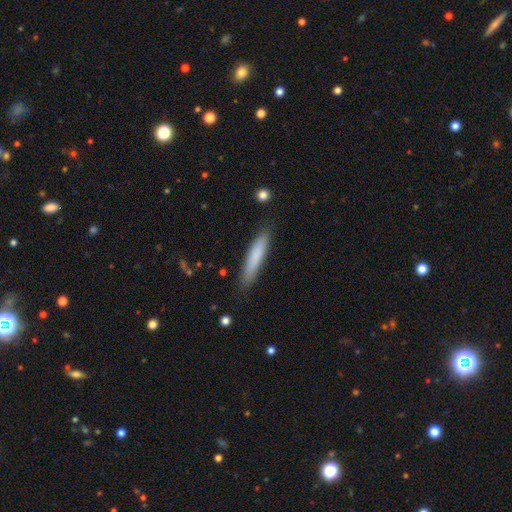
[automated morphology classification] smooth 79%, featured or disk 15%, star or artifact 6%. Down the decision tree: how rounded — cigar-shaped (89%); merging — none (86%).